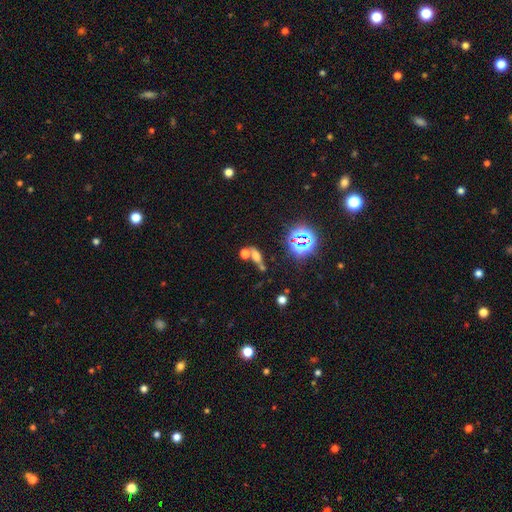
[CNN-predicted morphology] Smooth or featured?
  - smooth: 48% *
  - star or artifact: 32%
  - featured or disk: 20%
Merging?
  - merger: 42% *
  - none: 38%
  - minor disturbance: 11%
  - major disturbance: 8%